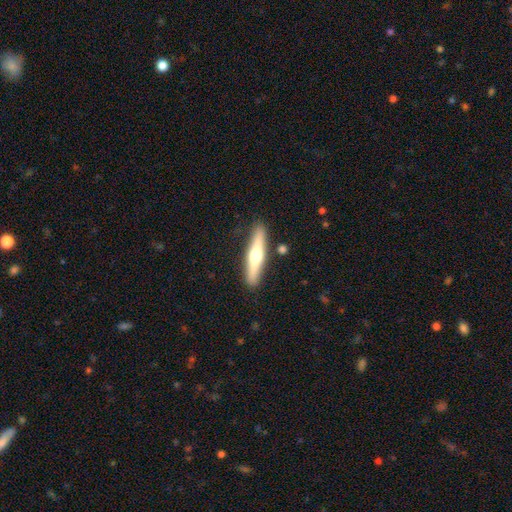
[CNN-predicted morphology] The model was most divided on "smooth or featured": featured or disk: 55%, smooth: 39%, star or artifact: 5%. More confident: edge-on disk — yes (95%); edge-on bulge — rounded (92%); merging — none (88%).